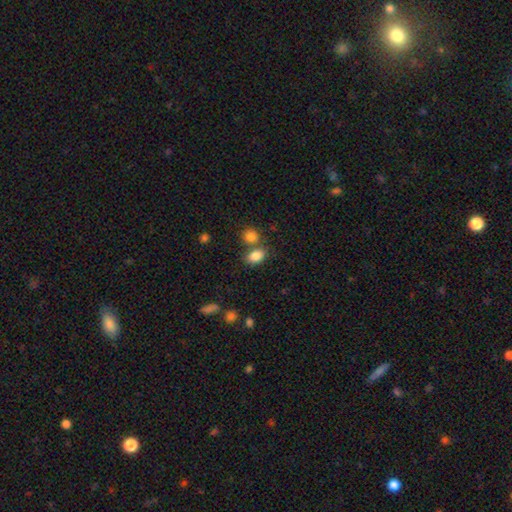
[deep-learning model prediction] The model was most divided on "merging": none: 58%, merger: 27%, minor disturbance: 11%, major disturbance: 4%. More confident: smooth or featured — smooth (85%); how rounded — in between (79%).